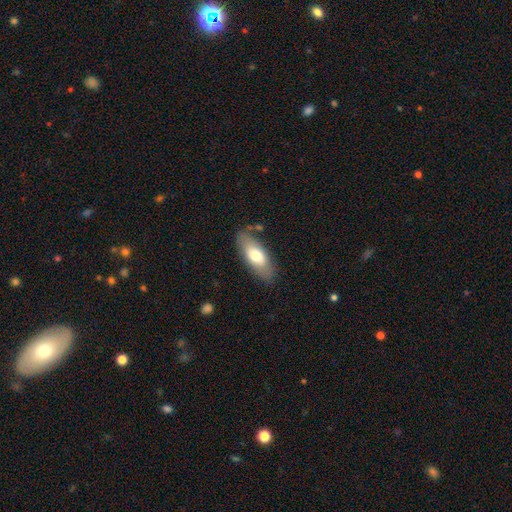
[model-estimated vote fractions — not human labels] smooth-or-featured: smooth: 69% | featured or disk: 25% | star or artifact: 6%
  how-rounded: in between: 80% | cigar-shaped: 18% | round: 2%
  merging: none: 78% | minor disturbance: 15% | major disturbance: 4% | merger: 3%